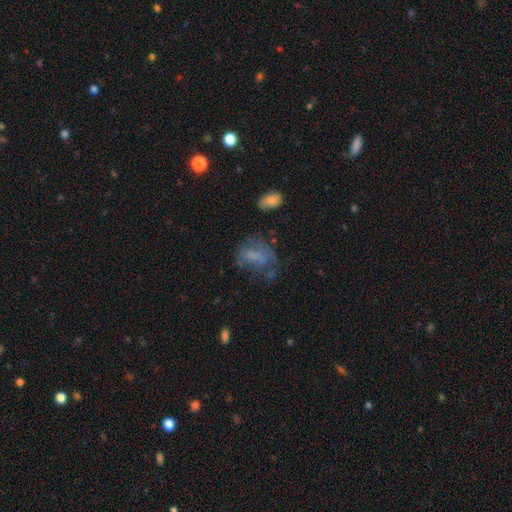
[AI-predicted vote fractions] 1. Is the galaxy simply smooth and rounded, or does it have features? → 50% smooth, 35% featured or disk, 15% star or artifact.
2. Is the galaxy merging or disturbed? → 42% none, 29% major disturbance, 24% minor disturbance, 5% merger.